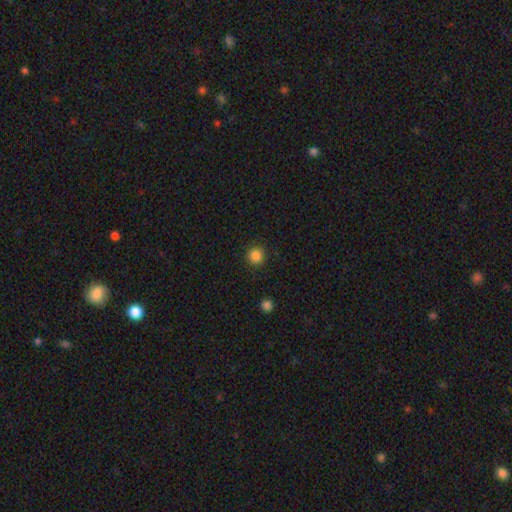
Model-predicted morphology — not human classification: type=smooth (85%); roundness=round (94%); merging=none (91%).